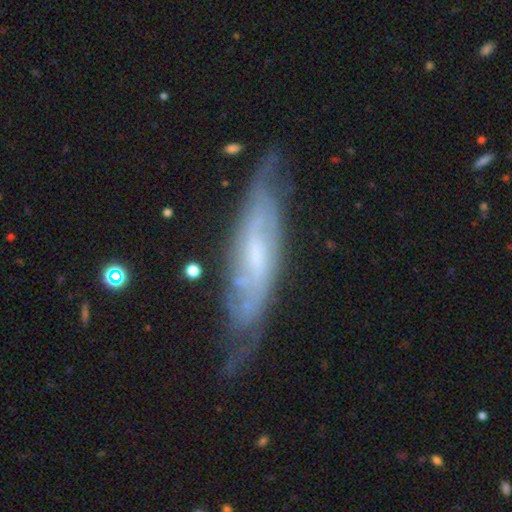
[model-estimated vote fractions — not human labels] smooth-or-featured: featured or disk: 75% | smooth: 18% | star or artifact: 7%
  disk-edge-on: no: 64% | yes: 36%
  merging: none: 68% | minor disturbance: 23% | major disturbance: 7% | merger: 2%